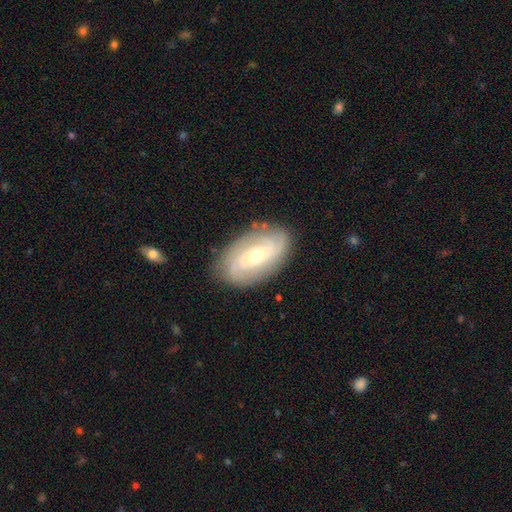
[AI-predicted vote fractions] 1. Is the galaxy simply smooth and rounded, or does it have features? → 72% featured or disk, 22% smooth, 6% star or artifact.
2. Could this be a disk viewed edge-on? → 94% no, 6% yes.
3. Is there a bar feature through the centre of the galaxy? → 53% no, 35% weak, 12% strong.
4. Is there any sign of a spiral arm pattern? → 86% yes, 14% no.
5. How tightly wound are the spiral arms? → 50% tight, 33% medium, 16% loose.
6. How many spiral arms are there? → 41% 2, 31% can't tell, 15% 3, 6% 4, 4% 1, 3% more than 4.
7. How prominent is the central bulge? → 56% moderate, 40% small, 3% large, 1% dominant, 1% none.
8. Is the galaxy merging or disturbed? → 82% none, 13% minor disturbance, 4% major disturbance, 1% merger.